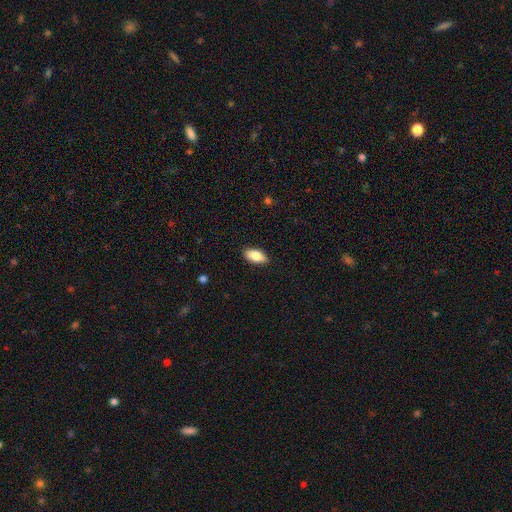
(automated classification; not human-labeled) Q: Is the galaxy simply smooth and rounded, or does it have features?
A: smooth — 81%.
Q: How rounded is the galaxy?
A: in between — 90%.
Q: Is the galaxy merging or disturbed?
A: none — 88%.